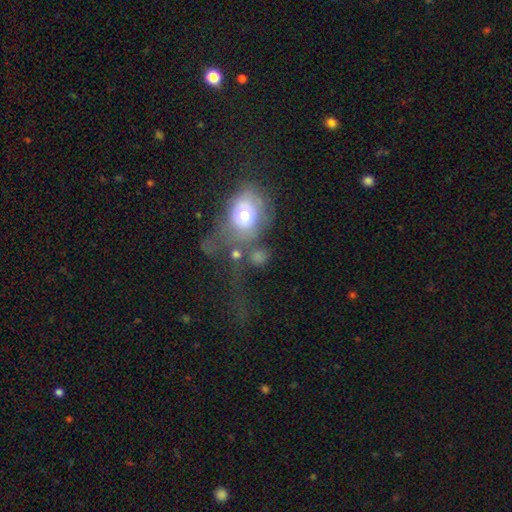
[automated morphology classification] Smooth or featured? smooth (60%)
How rounded? round (53%)
Merging? major disturbance (48%)